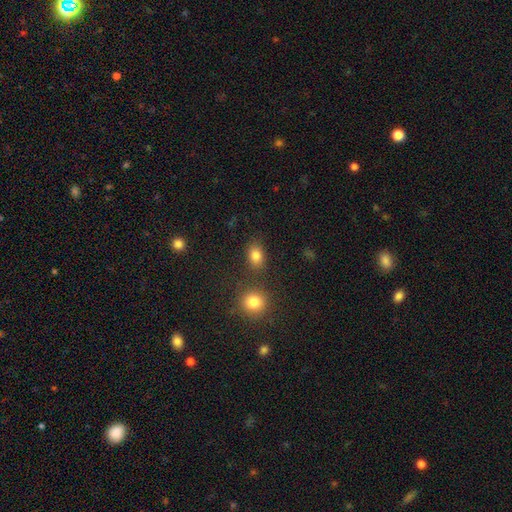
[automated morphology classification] Smooth or featured: smooth — 83% (star or artifact — 11%)
How rounded: in between — 67% (round — 32%)
Merging: none — 78% (minor disturbance — 11%)